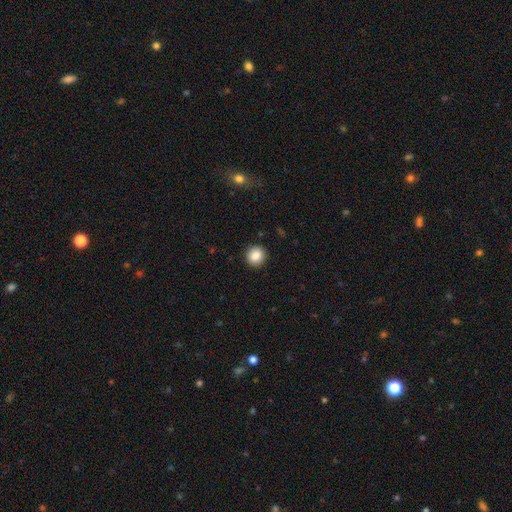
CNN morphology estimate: smooth-or-featured: smooth: 86% | star or artifact: 9% | featured or disk: 5%
  how-rounded: round: 93% | in between: 6% | cigar-shaped: 1%
  merging: none: 92% | minor disturbance: 5% | major disturbance: 2% | merger: 1%